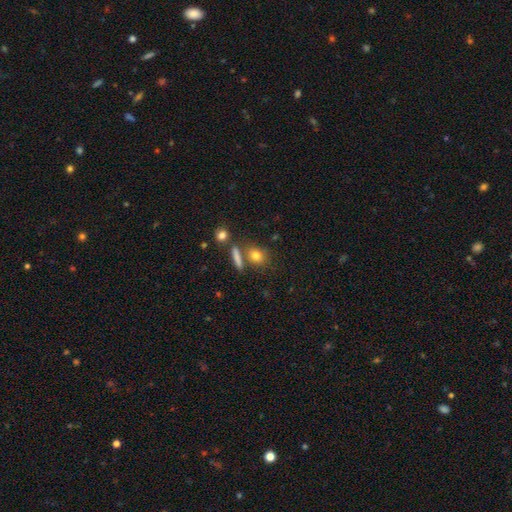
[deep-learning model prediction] This appears to be a smooth galaxy with no disk features (79%) that is round (60%). Merging: none (68%).